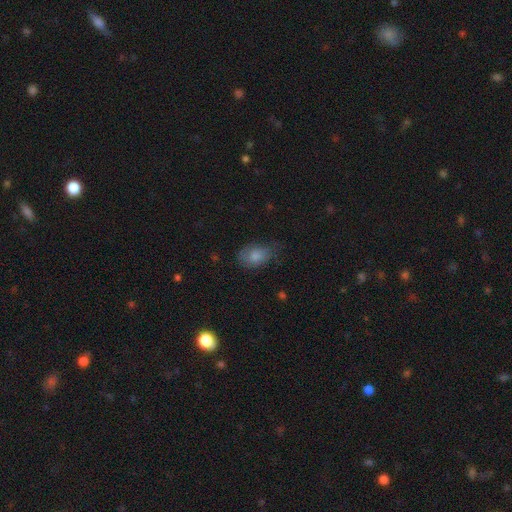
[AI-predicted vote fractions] smooth 73%, featured or disk 19%, star or artifact 8%. Down the decision tree: how rounded — in between (85%); merging — none (57%).